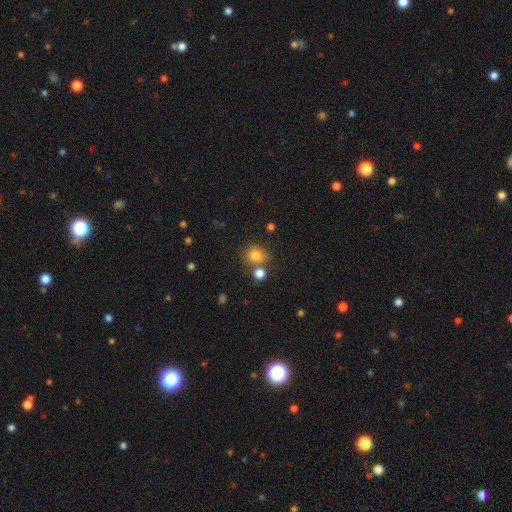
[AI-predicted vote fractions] Morphology: type=smooth (81%); roundness=round (72%); merging=none (64%).